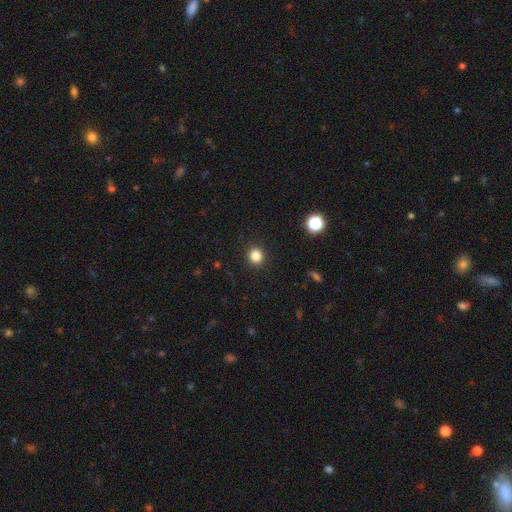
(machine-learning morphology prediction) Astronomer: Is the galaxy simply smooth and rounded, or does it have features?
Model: smooth — 83%.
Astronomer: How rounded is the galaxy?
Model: round — 92%.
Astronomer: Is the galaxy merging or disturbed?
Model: none — 92%.